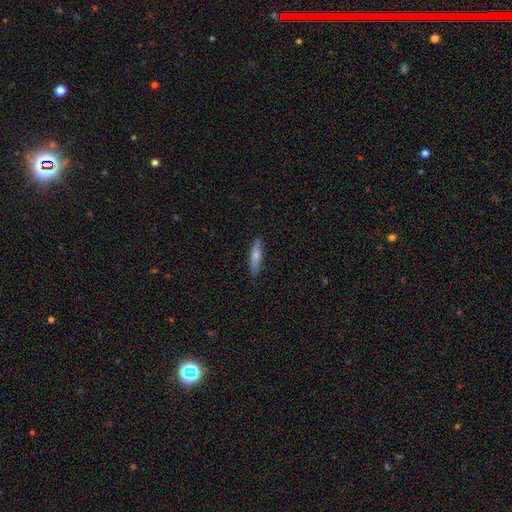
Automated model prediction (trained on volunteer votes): Smooth or featured: smooth — 71% (featured or disk — 24%)
How rounded: cigar-shaped — 82% (in between — 16%)
Merging: none — 86% (minor disturbance — 11%)